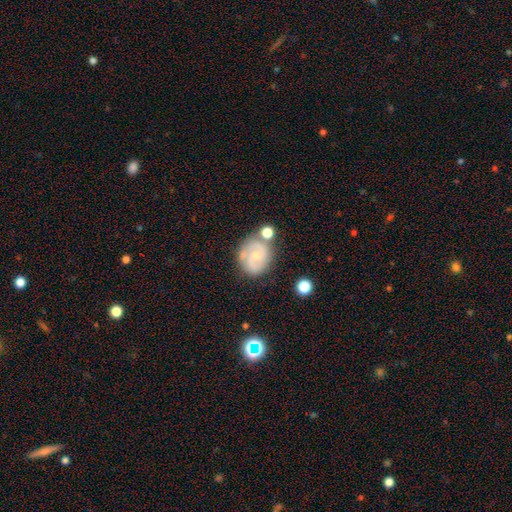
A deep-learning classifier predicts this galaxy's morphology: The model was most divided on "spiral winding": tight: 54%, medium: 36%, loose: 10%. More confident: edge-on disk — no (98%); spiral arms — yes (89%); smooth or featured — featured or disk (73%); bar — no (69%); bulge size — small (66%); spiral arm count — 2 (65%); merging — none (64%).